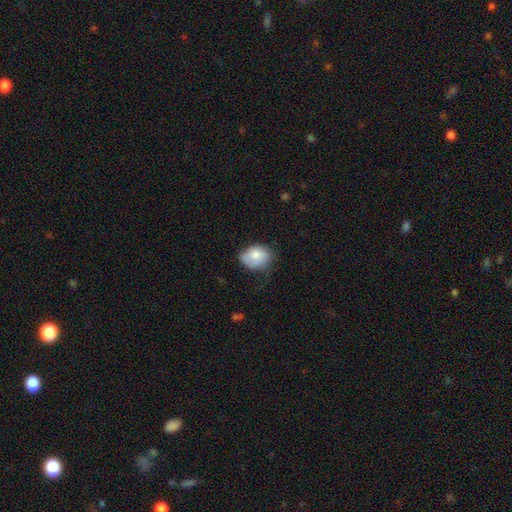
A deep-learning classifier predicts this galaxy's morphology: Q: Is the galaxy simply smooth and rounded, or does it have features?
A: smooth — 77%.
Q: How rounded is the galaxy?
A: in between — 62%.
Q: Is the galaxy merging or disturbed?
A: none — 54%.